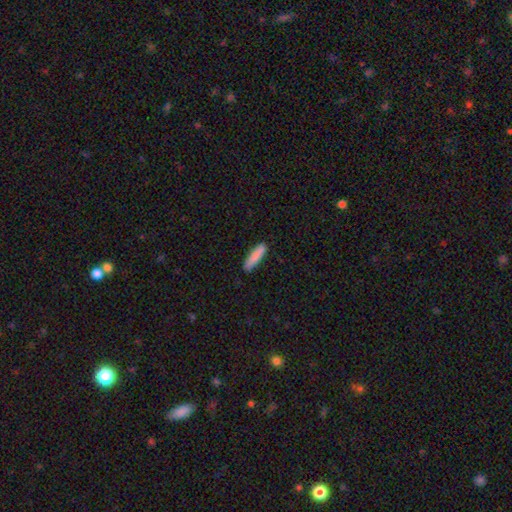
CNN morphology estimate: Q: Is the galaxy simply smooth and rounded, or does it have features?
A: smooth — 87%.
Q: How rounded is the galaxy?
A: cigar-shaped — 81%.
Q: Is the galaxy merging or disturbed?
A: none — 86%.